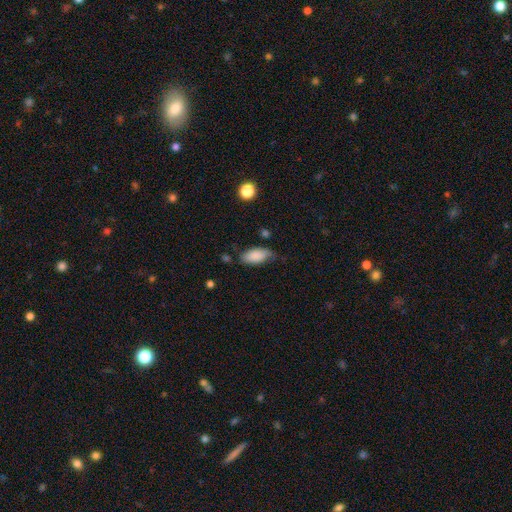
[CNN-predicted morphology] type=smooth (85%); roundness=in between (91%); merging=none (56%).